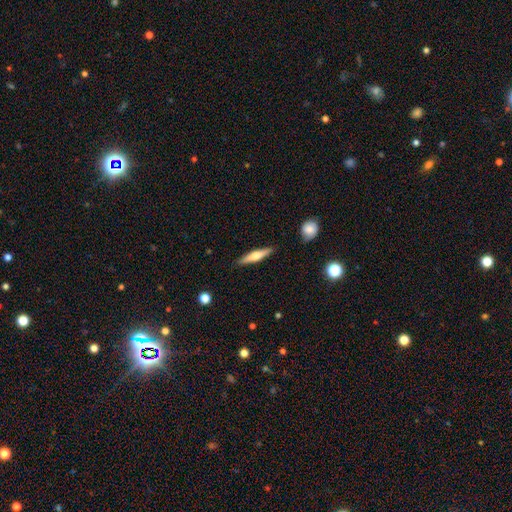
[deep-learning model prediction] smooth-or-featured: smooth: 48% | featured or disk: 46% | star or artifact: 6%
  merging: none: 88% | minor disturbance: 9% | major disturbance: 2% | merger: 2%